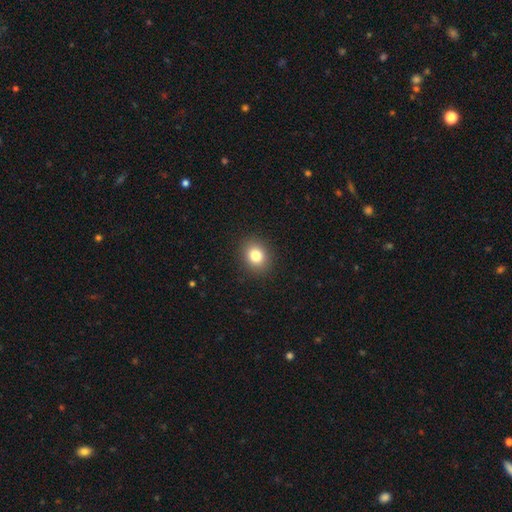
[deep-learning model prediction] Q: Smooth or featured?
A: smooth (81%); runner-up: star or artifact (11%)
Q: How rounded?
A: round (60%); runner-up: in between (40%)
Q: Merging?
A: none (90%); runner-up: minor disturbance (7%)